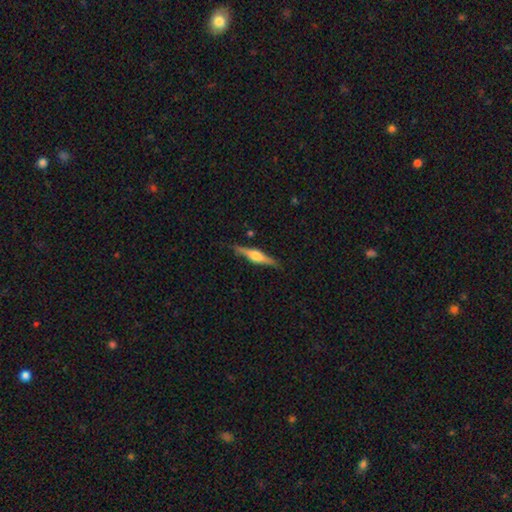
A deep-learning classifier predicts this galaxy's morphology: smooth-or-featured: featured or disk: 74% | smooth: 21% | star or artifact: 5%
  disk-edge-on: yes: 98% | no: 2%
    edge-on-bulge: rounded: 90% | boxy: 8% | none: 2%
  merging: none: 88% | minor disturbance: 9% | major disturbance: 2% | merger: 1%